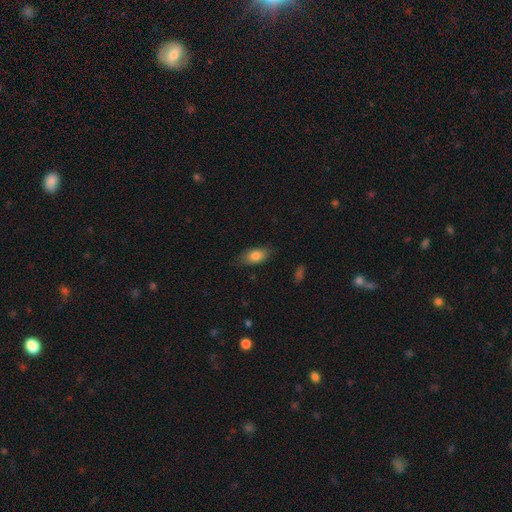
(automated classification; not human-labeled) smooth-or-featured: smooth: 81% | featured or disk: 11% | star or artifact: 8%
  how-rounded: in between: 89% | round: 6% | cigar-shaped: 5%
  merging: none: 78% | minor disturbance: 17% | major disturbance: 3% | merger: 1%